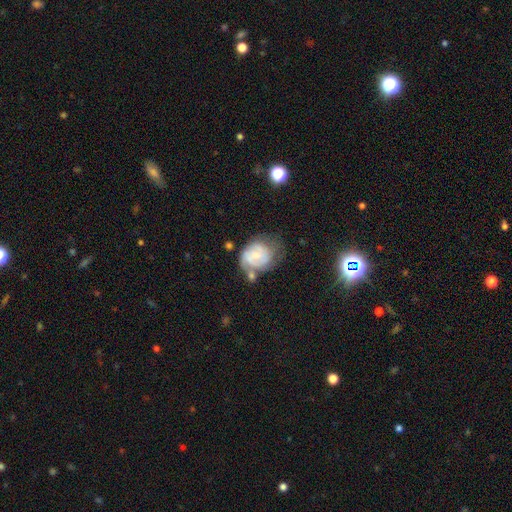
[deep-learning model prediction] A featured or disk galaxy (55%) with no bar (61%), spiral arms (74%) and a small central bulge (54%). Merging: none (32%).